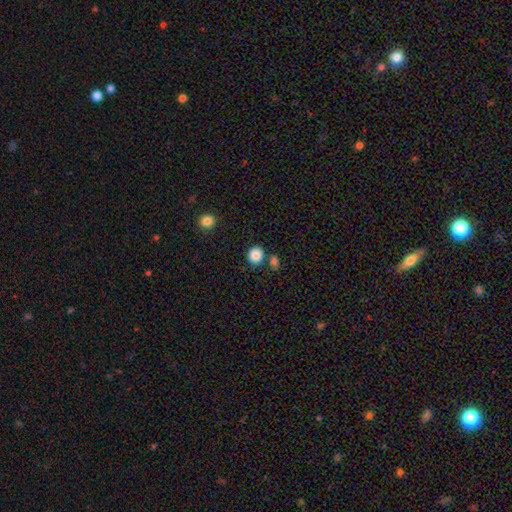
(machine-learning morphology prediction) Q: Smooth or featured?
A: smooth (86%); runner-up: star or artifact (9%)
Q: How rounded?
A: round (83%); runner-up: in between (16%)
Q: Merging?
A: none (75%); runner-up: merger (11%)